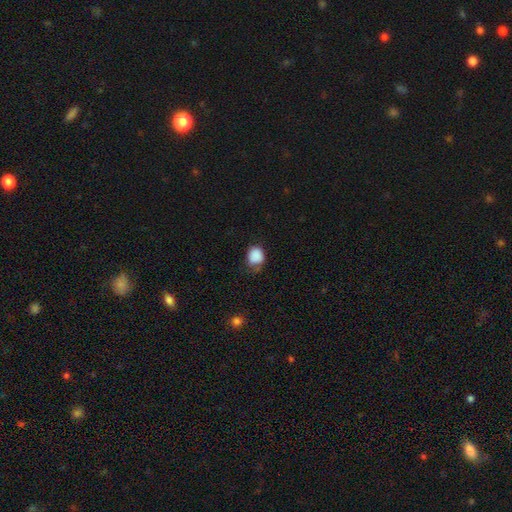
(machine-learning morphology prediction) Q: Smooth or featured?
A: smooth (87%); runner-up: star or artifact (9%)
Q: How rounded?
A: round (69%); runner-up: in between (30%)
Q: Merging?
A: none (59%); runner-up: minor disturbance (31%)